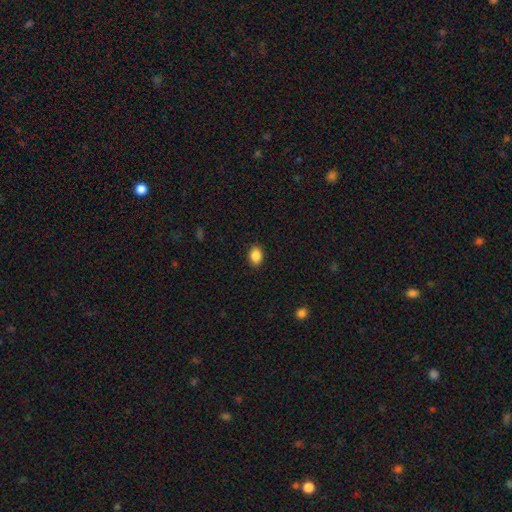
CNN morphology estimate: Smooth or featured: smooth — 88% (star or artifact — 8%)
How rounded: in between — 74% (round — 25%)
Merging: none — 89% (minor disturbance — 8%)